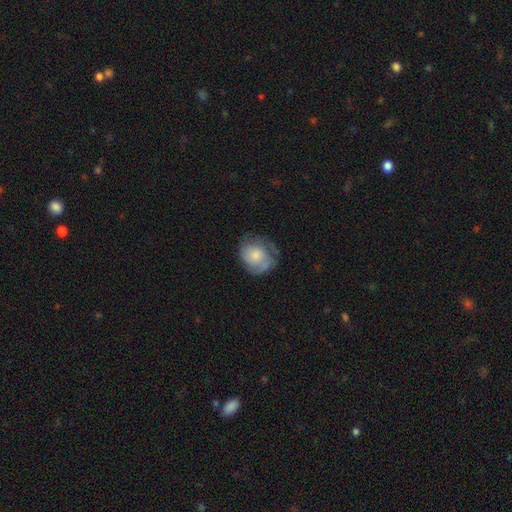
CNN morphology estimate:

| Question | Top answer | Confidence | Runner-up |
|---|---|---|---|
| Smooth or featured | featured or disk | 47% | smooth (46%) |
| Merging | none | 59% | minor disturbance (26%) |